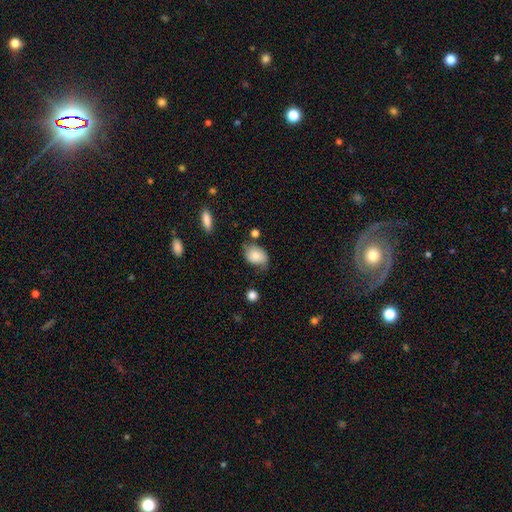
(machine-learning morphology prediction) Smooth or featured: smooth — 76% (featured or disk — 16%)
How rounded: in between — 78% (round — 20%)
Merging: none — 52% (minor disturbance — 33%)